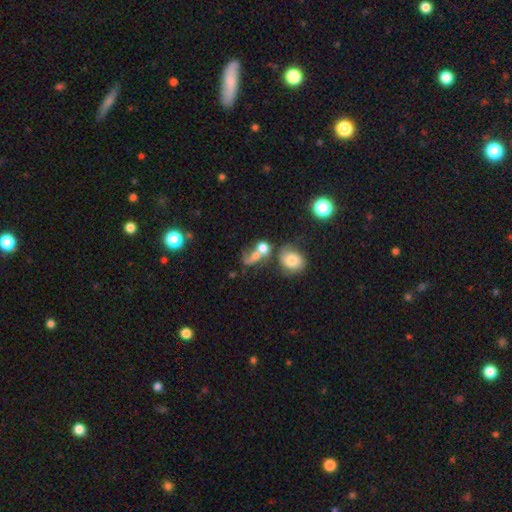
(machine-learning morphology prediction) This is possibly a smooth galaxy (57%). How rounded: possibly in between (50%). Merging: possibly merger (55%).